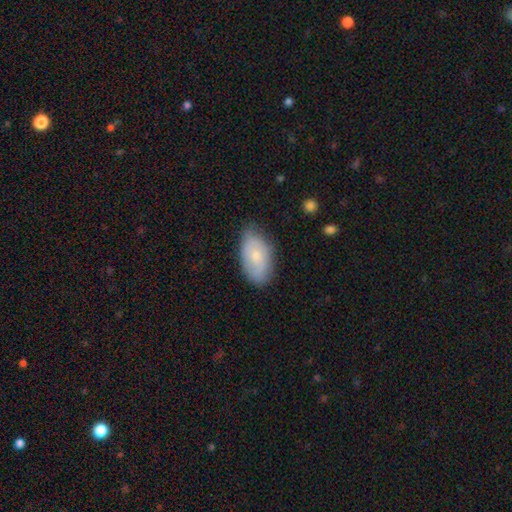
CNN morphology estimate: Smooth or featured?
  - smooth: 68% *
  - featured or disk: 26%
  - star or artifact: 6%
How rounded?
  - in between: 94% *
  - round: 4%
  - cigar-shaped: 2%
Merging?
  - none: 68% *
  - minor disturbance: 26%
  - major disturbance: 5%
  - merger: 1%